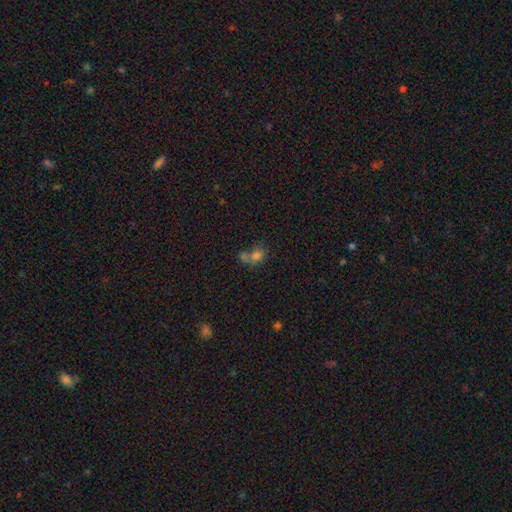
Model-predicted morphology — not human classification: smooth_or_featured: smooth (p=0.65) [alt: star or artifact p=0.22]
how_rounded: round (p=0.56) [alt: in between p=0.42]
merging: merger (p=0.48) [alt: none p=0.37]